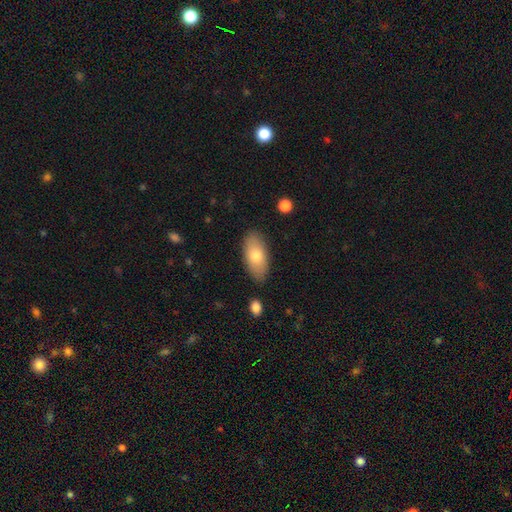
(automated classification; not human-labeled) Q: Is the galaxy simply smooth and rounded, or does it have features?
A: smooth — 75%.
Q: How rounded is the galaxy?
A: in between — 91%.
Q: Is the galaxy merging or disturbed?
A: none — 85%.